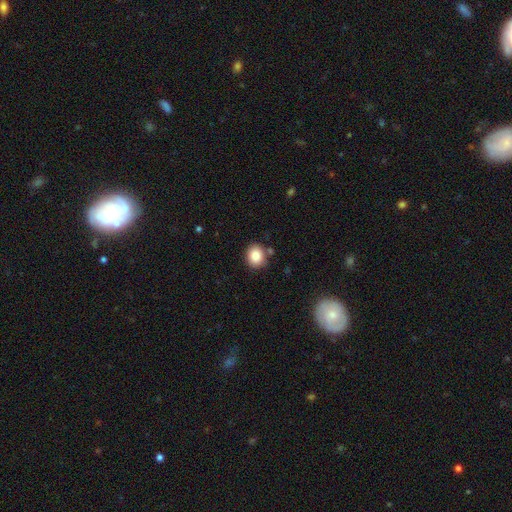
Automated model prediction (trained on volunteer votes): smooth-or-featured: smooth: 85% | star or artifact: 9% | featured or disk: 5%
  how-rounded: round: 73% | in between: 26% | cigar-shaped: 1%
  merging: none: 80% | minor disturbance: 11% | merger: 6% | major disturbance: 3%